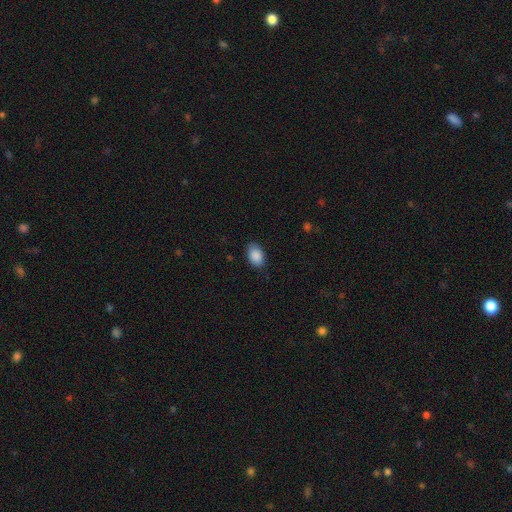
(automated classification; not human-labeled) Q: Smooth or featured?
A: smooth (89%); runner-up: star or artifact (7%)
Q: How rounded?
A: in between (89%); runner-up: round (10%)
Q: Merging?
A: none (83%); runner-up: minor disturbance (13%)